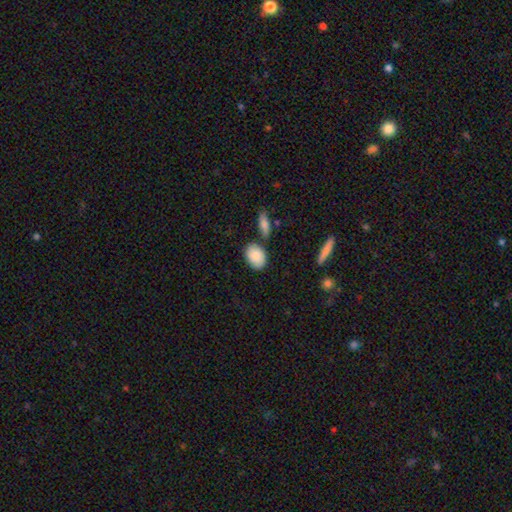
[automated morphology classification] Smooth or featured: smooth — 87% (featured or disk — 7%)
How rounded: in between — 80% (round — 18%)
Merging: none — 73% (minor disturbance — 13%)